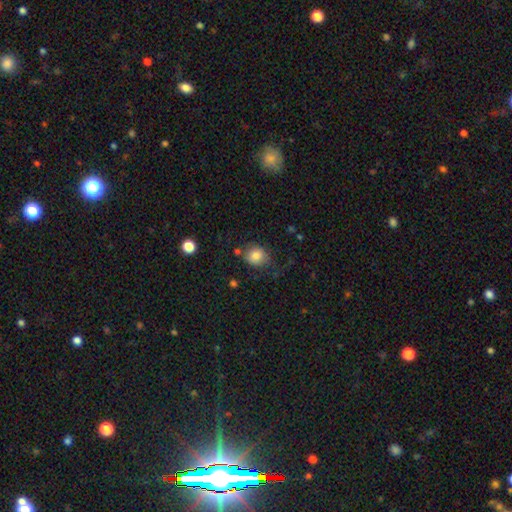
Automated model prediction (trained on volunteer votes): This is clearly a smooth galaxy (82%). How rounded: likely round (76%). Merging: likely none (70%).